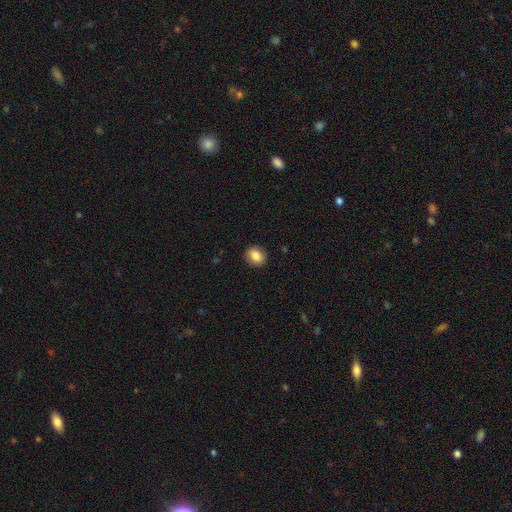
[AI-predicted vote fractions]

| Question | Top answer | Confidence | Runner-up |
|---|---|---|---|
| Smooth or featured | smooth | 85% | star or artifact (8%) |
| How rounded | round | 62% | in between (37%) |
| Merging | none | 90% | minor disturbance (7%) |